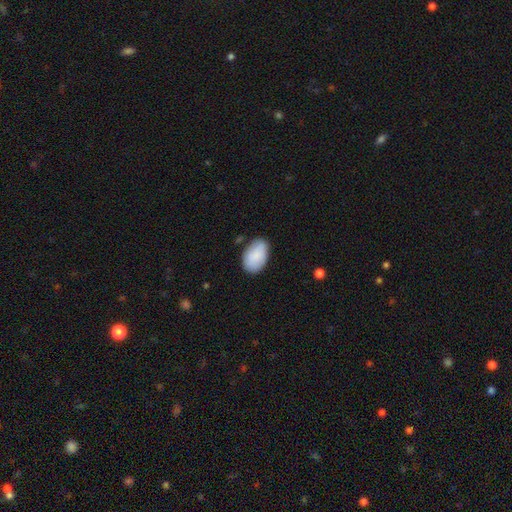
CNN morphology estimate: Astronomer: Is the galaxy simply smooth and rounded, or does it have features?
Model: smooth — 86%.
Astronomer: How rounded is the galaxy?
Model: in between — 92%.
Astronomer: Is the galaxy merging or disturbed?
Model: none — 76%.